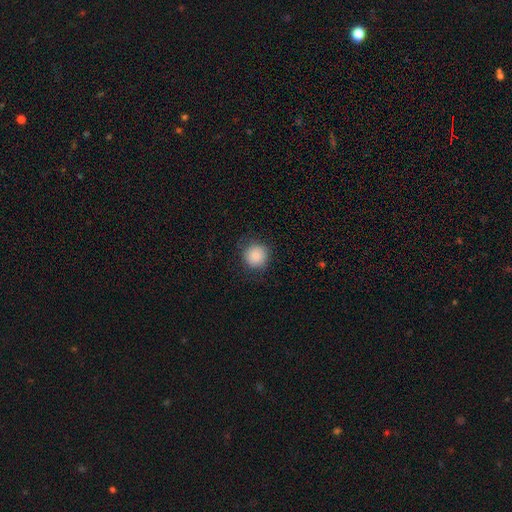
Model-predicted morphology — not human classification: Smooth or featured? Predicted: smooth (p=0.87). How rounded? Predicted: round (p=0.93). Merging? Predicted: none (p=0.82).